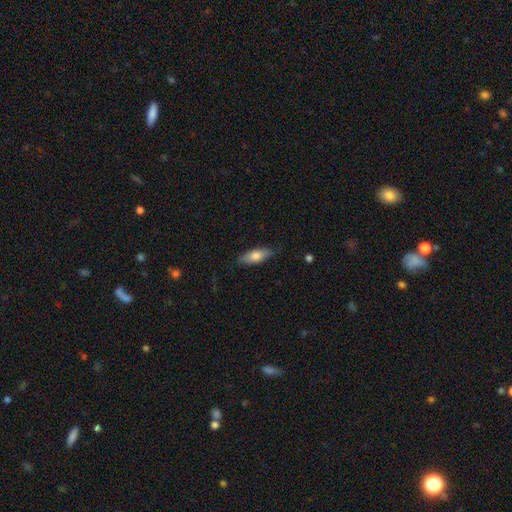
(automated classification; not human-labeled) Smooth or featured? smooth (74%)
How rounded? in between (65%)
Merging? none (84%)